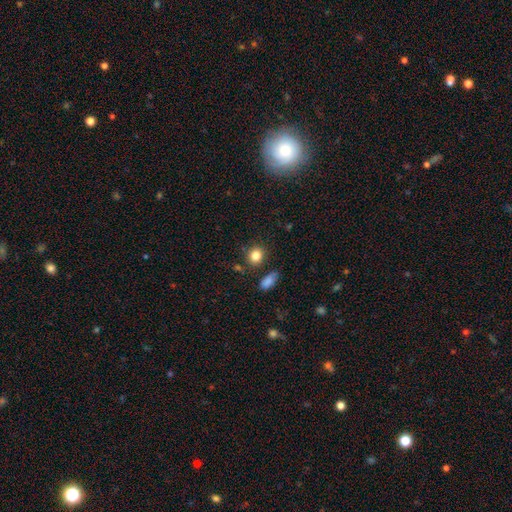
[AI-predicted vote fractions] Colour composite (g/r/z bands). It shows a smooth galaxy with no disk features (84%) that is round (80%). Merging: none (82%).